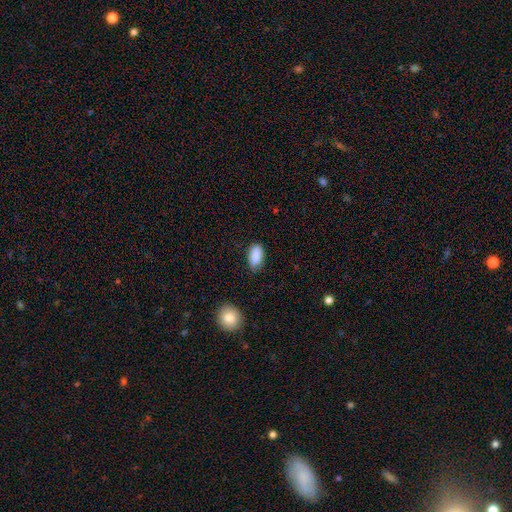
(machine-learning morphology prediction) A smooth galaxy with no disk features (88%) that is in between round and cigar-shaped (93%).

Vote fractions:
- Smooth or featured? smooth: 88% / star or artifact: 7% / featured or disk: 5%
- How rounded? in between: 93% / cigar-shaped: 4% / round: 3%
- Merging? none: 78% / minor disturbance: 18% / major disturbance: 3% / merger: 2%